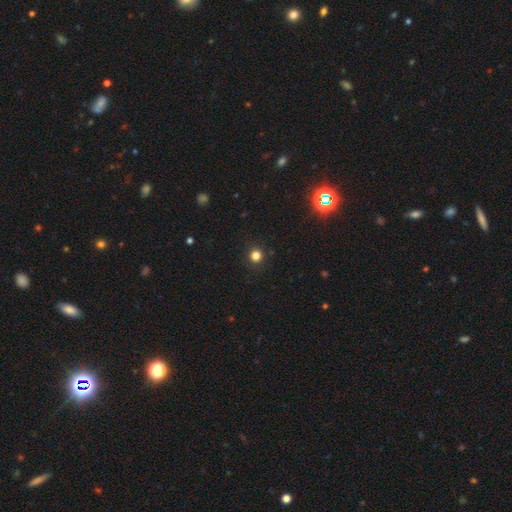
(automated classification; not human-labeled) Morphology: type=smooth (82%); roundness=round (94%); merging=none (91%).